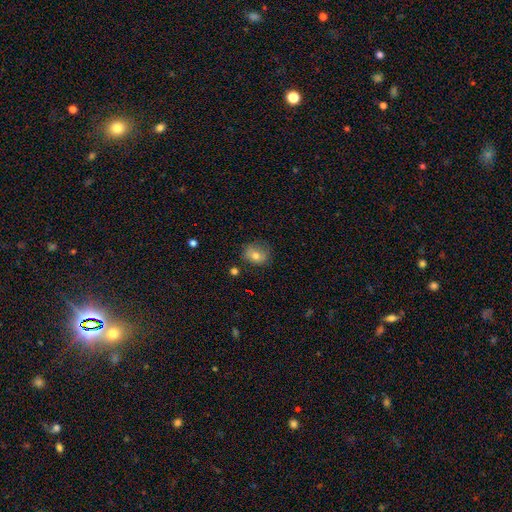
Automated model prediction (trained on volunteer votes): smooth_or_featured: smooth (p=0.70) [alt: featured or disk p=0.19]
how_rounded: round (p=0.57) [alt: in between p=0.42]
merging: none (p=0.67) [alt: minor disturbance p=0.23]